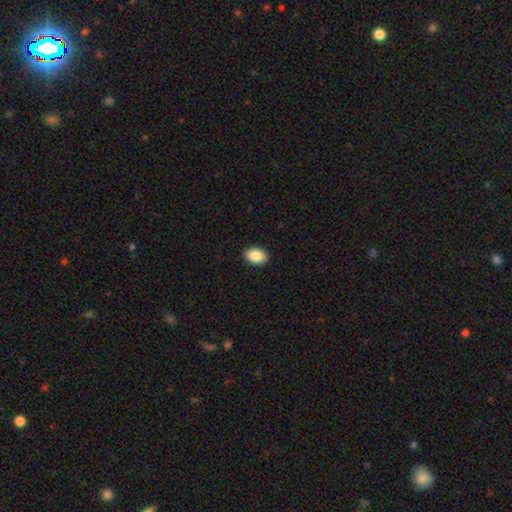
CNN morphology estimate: Smooth or featured? smooth (88%)
How rounded? in between (85%)
Merging? none (91%)